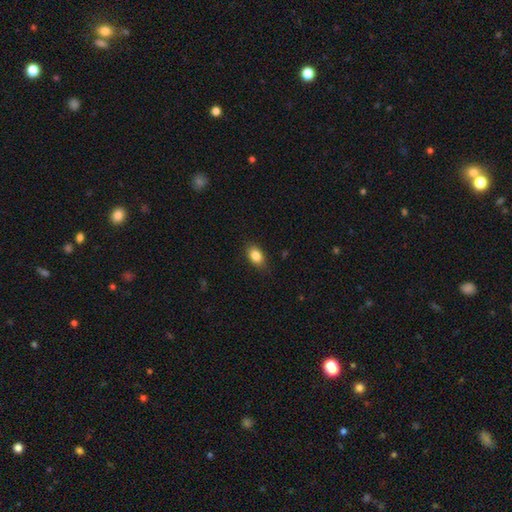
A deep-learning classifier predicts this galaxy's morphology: Smooth or featured?
  - smooth: 85% *
  - star or artifact: 8%
  - featured or disk: 7%
How rounded?
  - in between: 84% *
  - round: 14%
  - cigar-shaped: 2%
Merging?
  - none: 83% *
  - minor disturbance: 13%
  - major disturbance: 3%
  - merger: 1%